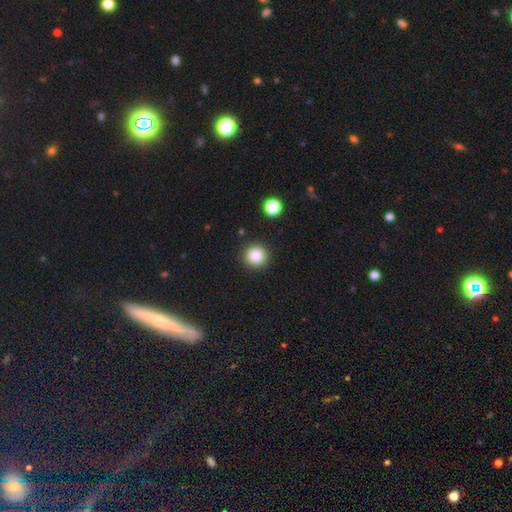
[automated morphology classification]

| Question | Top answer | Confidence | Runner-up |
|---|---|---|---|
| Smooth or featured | smooth | 86% | star or artifact (10%) |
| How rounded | round | 95% | in between (4%) |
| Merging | none | 90% | minor disturbance (6%) |